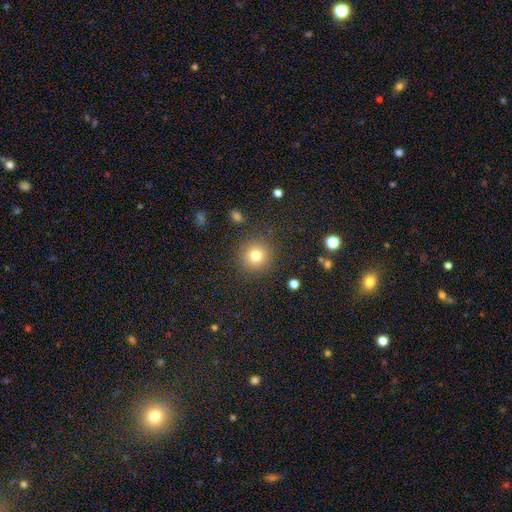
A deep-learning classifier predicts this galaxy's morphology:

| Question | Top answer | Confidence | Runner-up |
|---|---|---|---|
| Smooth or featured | smooth | 78% | star or artifact (14%) |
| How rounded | round | 94% | in between (5%) |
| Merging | none | 89% | minor disturbance (7%) |